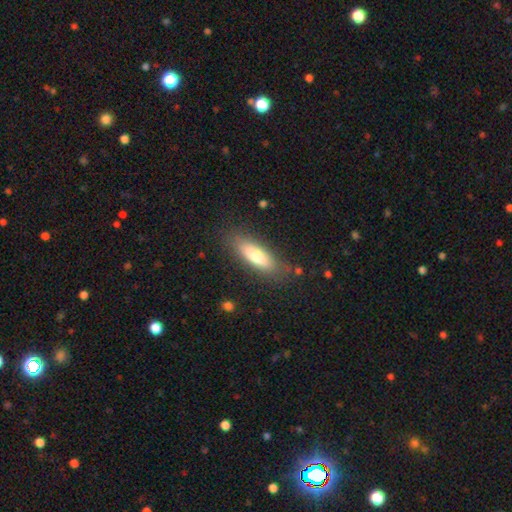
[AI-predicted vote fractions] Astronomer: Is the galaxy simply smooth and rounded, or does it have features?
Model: smooth — 73%.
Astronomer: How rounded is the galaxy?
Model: in between — 54% (runner-up: cigar-shaped, 44%).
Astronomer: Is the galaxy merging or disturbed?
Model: none — 82%.